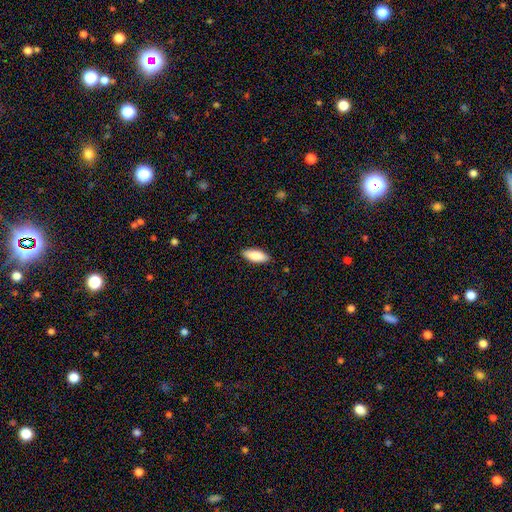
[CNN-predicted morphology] Smooth or featured?
  - smooth: 87% *
  - featured or disk: 8%
  - star or artifact: 6%
How rounded?
  - in between: 76% *
  - cigar-shaped: 22%
  - round: 2%
Merging?
  - none: 88% *
  - minor disturbance: 9%
  - major disturbance: 2%
  - merger: 1%